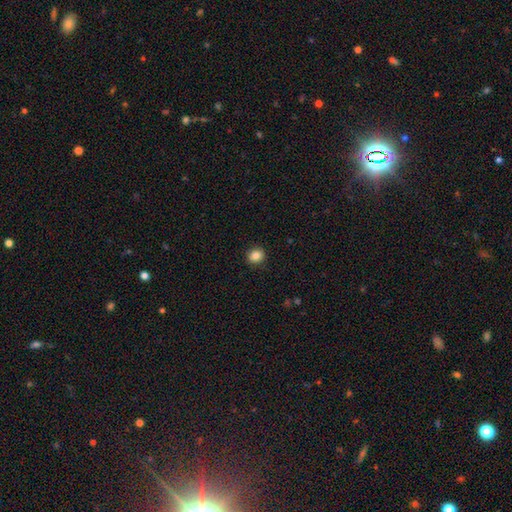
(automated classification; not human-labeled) This is clearly a smooth galaxy (84%). How rounded: likely round (76%). Merging: clearly none (91%).